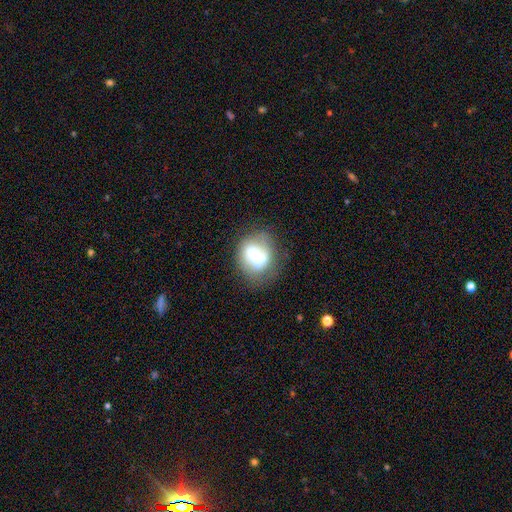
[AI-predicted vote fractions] Overall: featured or disk (51%; smooth 40%). Edge-on disk: no (95%). Merging: none (56%; minor disturbance 21%).